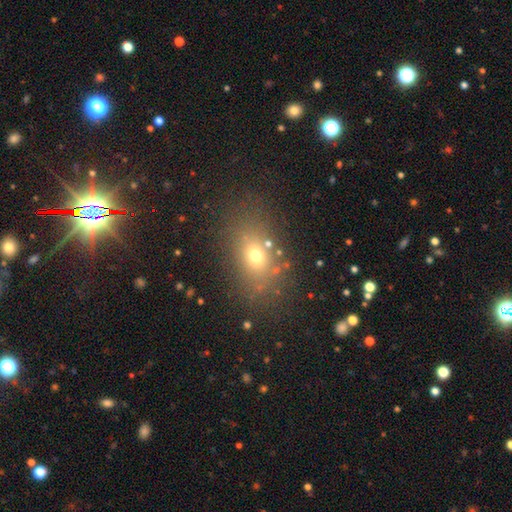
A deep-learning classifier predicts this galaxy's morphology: Q: Smooth or featured?
A: smooth (66%); runner-up: star or artifact (19%)
Q: How rounded?
A: in between (68%); runner-up: round (29%)
Q: Merging?
A: none (77%); runner-up: minor disturbance (12%)